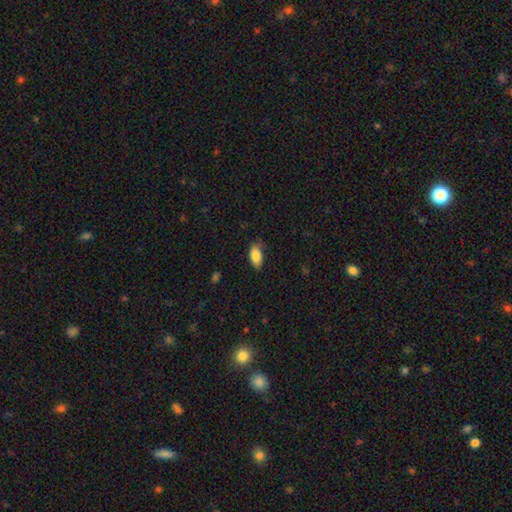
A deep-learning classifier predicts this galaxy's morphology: Smooth or featured? smooth (85%)
How rounded? in between (91%)
Merging? none (72%)